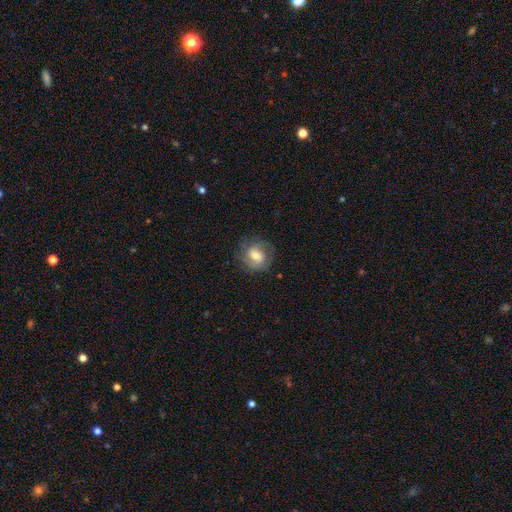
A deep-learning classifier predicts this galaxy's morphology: smooth 55%, featured or disk 36%, star or artifact 9%. Down the decision tree: how rounded — round (71%); merging — none (75%).